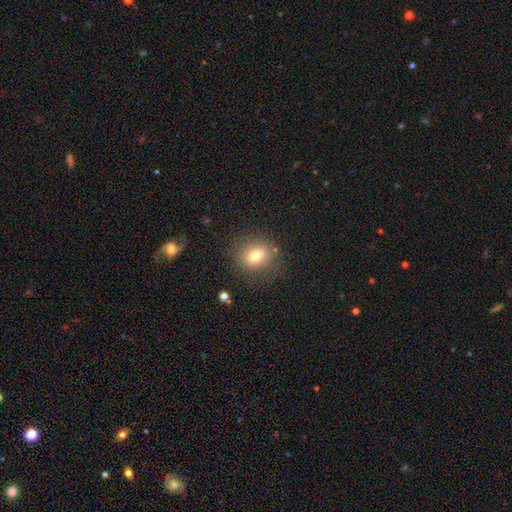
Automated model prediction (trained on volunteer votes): smooth_or_featured: smooth (p=0.76) [alt: featured or disk p=0.12]
how_rounded: round (p=0.62) [alt: in between p=0.37]
merging: none (p=0.81) [alt: minor disturbance p=0.12]